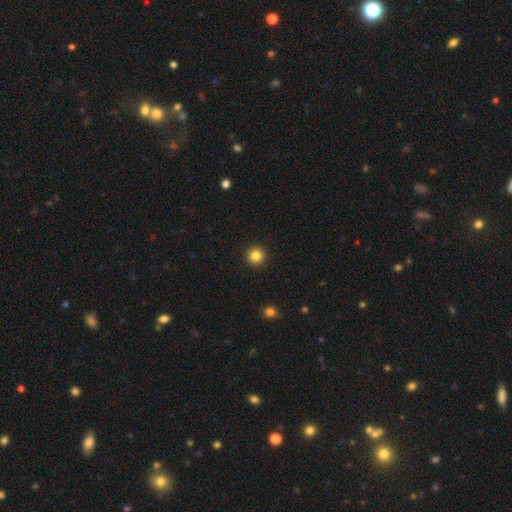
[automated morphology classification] Overall: smooth (84%). How rounded: round (96%). Merging: none (93%).